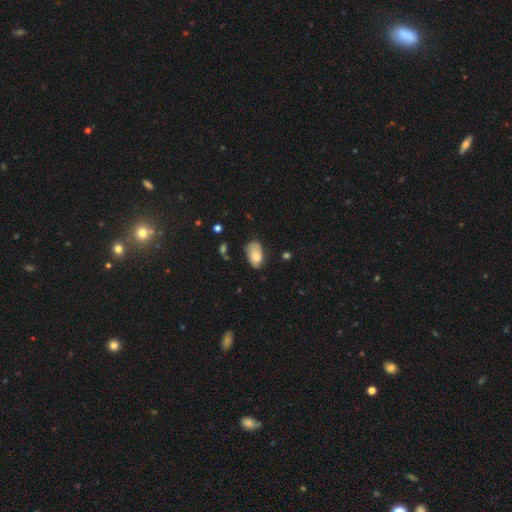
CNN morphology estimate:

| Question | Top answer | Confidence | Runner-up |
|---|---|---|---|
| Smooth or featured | smooth | 75% | featured or disk (17%) |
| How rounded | in between | 92% | round (7%) |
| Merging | none | 57% | minor disturbance (32%) |